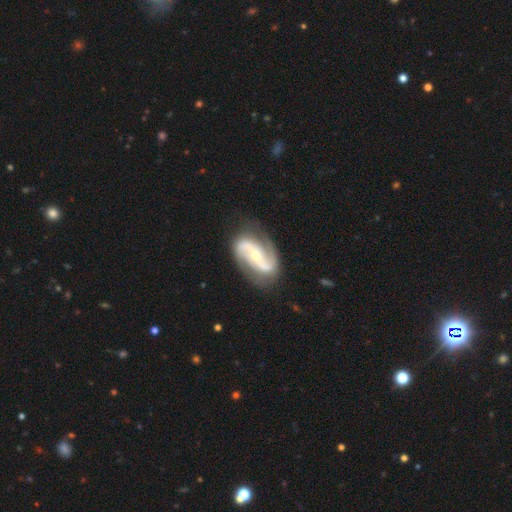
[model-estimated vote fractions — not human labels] Smooth or featured? featured or disk (90%)
Edge-on disk? no (96%)
Bar? strong (46%)
Spiral arms? yes (97%)
Spiral winding? loose (45%)
Spiral arm count? 2 (93%)
Bulge size? small (58%)
Merging? none (79%)